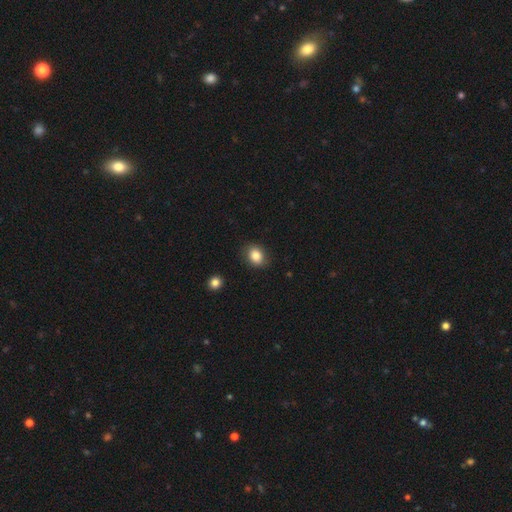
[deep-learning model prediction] smooth-or-featured: smooth: 84% | star or artifact: 10% | featured or disk: 6%
  how-rounded: round: 51% | in between: 48% | cigar-shaped: 1%
  merging: none: 86% | minor disturbance: 10% | major disturbance: 3% | merger: 1%